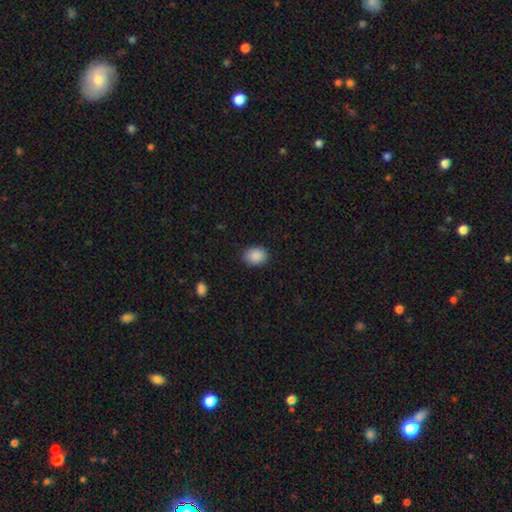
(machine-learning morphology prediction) Q: Smooth or featured?
A: smooth (89%); runner-up: star or artifact (8%)
Q: How rounded?
A: round (52%); runner-up: in between (47%)
Q: Merging?
A: none (86%); runner-up: minor disturbance (11%)